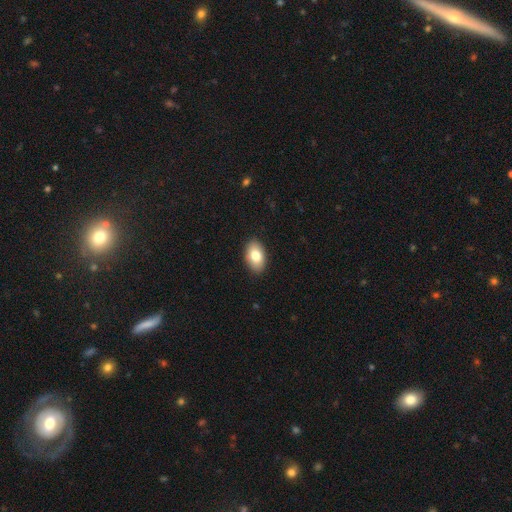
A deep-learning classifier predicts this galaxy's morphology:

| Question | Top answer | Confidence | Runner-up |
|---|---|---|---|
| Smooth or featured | smooth | 81% | featured or disk (12%) |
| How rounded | in between | 92% | round (6%) |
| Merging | none | 89% | minor disturbance (8%) |